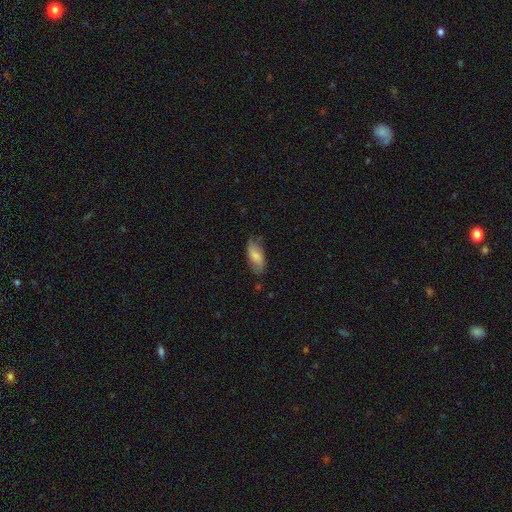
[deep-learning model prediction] The model was most divided on "smooth or featured": smooth: 68%, featured or disk: 25%, star or artifact: 7%. More confident: how rounded — in between (85%); merging — none (69%).